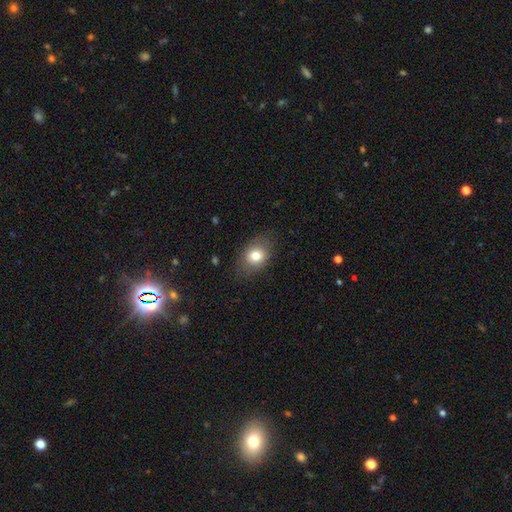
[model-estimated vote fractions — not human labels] Q: Smooth or featured?
A: smooth (77%); runner-up: featured or disk (14%)
Q: How rounded?
A: in between (68%); runner-up: round (31%)
Q: Merging?
A: none (79%); runner-up: minor disturbance (15%)